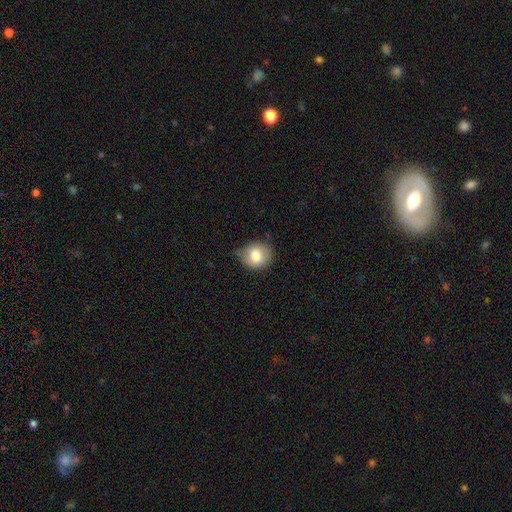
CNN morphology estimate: Smooth or featured? Predicted: smooth (p=0.79). How rounded? Predicted: round (p=0.76). Merging? Predicted: none (p=0.66).